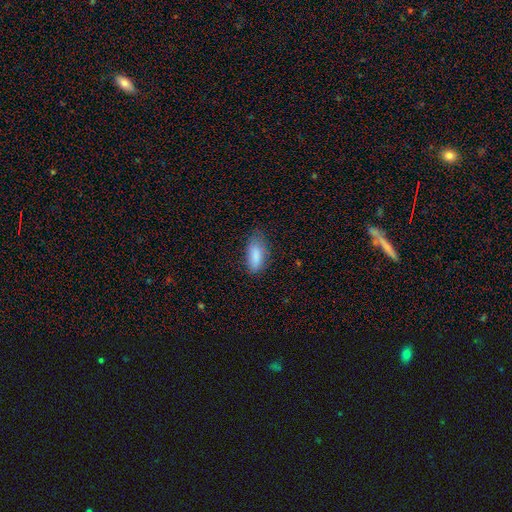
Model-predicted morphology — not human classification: A smooth galaxy with no disk features (85%) that is in between round and cigar-shaped (85%).

Vote fractions:
- Smooth or featured? smooth: 85% / featured or disk: 7% / star or artifact: 7%
- How rounded? in between: 85% / cigar-shaped: 12% / round: 2%
- Merging? none: 60% / minor disturbance: 30% / major disturbance: 9% / merger: 1%